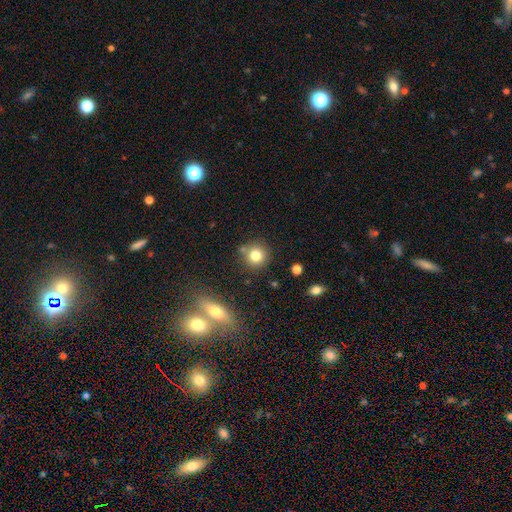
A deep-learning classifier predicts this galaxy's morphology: smooth-or-featured: smooth: 79% | star or artifact: 11% | featured or disk: 9%
  how-rounded: round: 91% | in between: 7% | cigar-shaped: 1%
  merging: none: 79% | minor disturbance: 10% | merger: 9% | major disturbance: 3%